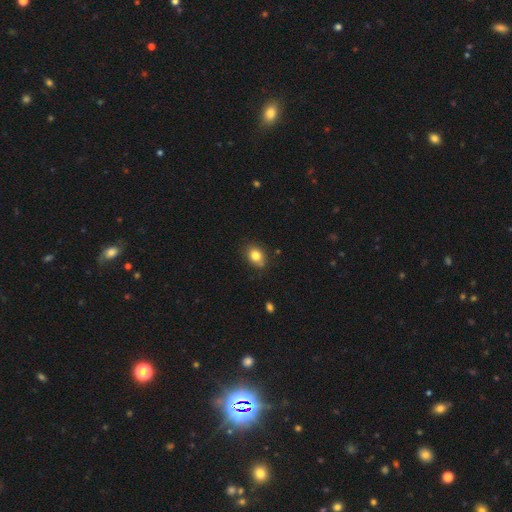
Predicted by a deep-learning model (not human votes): This is clearly a smooth galaxy (82%). How rounded: likely in between (61%). Merging: likely none (73%).